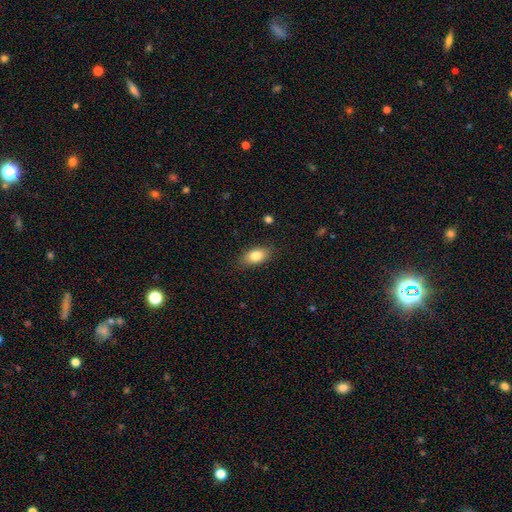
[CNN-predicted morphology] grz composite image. It shows a smooth galaxy with no disk features (82%) that is in between round and cigar-shaped (88%). Merging: none (85%).